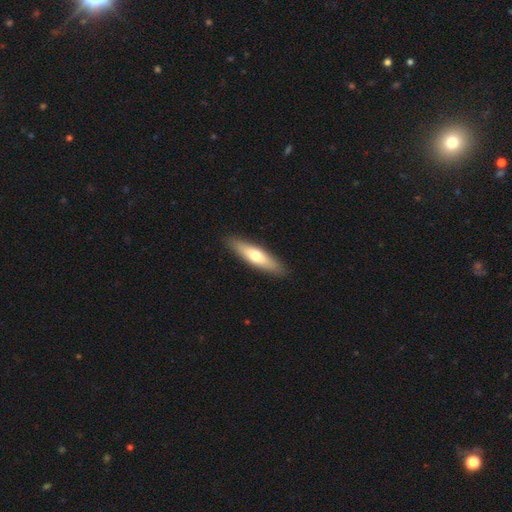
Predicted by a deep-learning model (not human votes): A smooth galaxy with no disk features (57%) that is cigar-shaped (71%). Merging: none (90%).